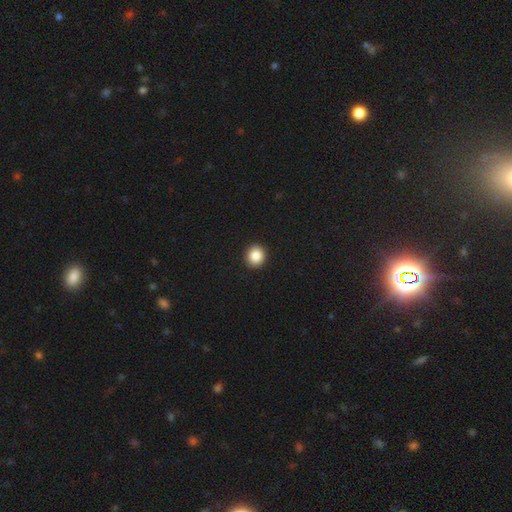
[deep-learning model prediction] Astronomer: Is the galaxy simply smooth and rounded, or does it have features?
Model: smooth — 86%.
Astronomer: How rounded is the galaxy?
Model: round — 86%.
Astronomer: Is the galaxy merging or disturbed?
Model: none — 93%.